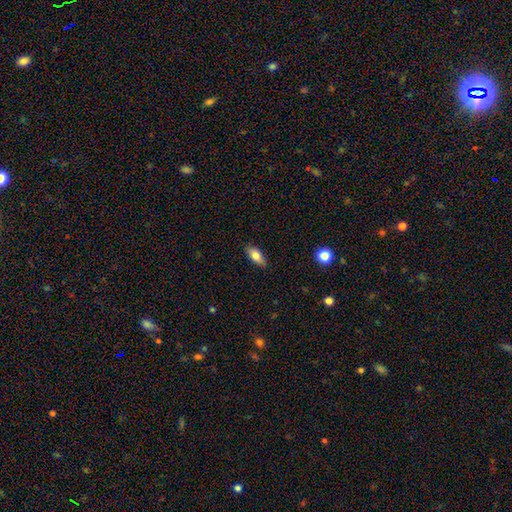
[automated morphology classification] Smooth or featured?
  - smooth: 78% *
  - featured or disk: 14%
  - star or artifact: 7%
How rounded?
  - in between: 85% *
  - cigar-shaped: 11%
  - round: 3%
Merging?
  - none: 85% *
  - minor disturbance: 11%
  - major disturbance: 2%
  - merger: 1%